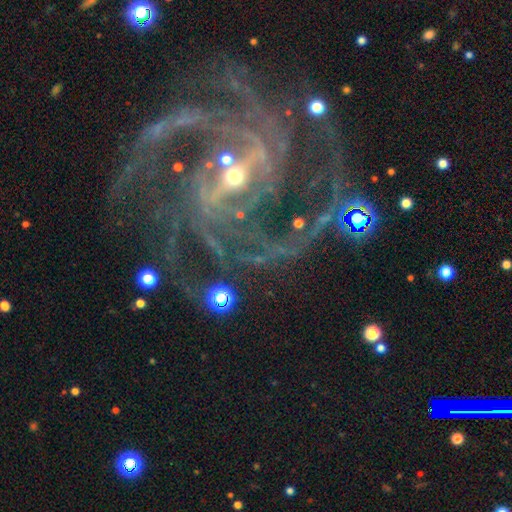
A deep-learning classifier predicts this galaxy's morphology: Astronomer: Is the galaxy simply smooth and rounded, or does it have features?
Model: featured or disk — 92%.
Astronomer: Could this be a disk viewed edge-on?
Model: no — 98%.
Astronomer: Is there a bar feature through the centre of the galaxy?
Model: strong — 43% (runner-up: weak, 40%).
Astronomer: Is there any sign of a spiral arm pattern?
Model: yes — 98%.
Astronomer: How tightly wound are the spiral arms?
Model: medium — 50% (runner-up: tight, 39%).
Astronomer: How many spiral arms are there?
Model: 2 — 23% (runner-up: 3, 22%).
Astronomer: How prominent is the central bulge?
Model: small — 72%.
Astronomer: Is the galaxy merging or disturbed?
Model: none — 70%.